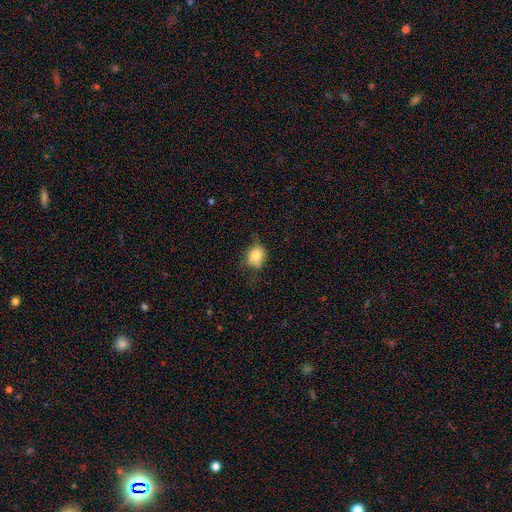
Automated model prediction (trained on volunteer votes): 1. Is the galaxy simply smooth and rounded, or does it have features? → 80% smooth, 11% featured or disk, 9% star or artifact.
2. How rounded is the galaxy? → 62% round, 36% in between, 1% cigar-shaped.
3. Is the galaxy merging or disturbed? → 61% none, 29% minor disturbance, 9% major disturbance, 1% merger.